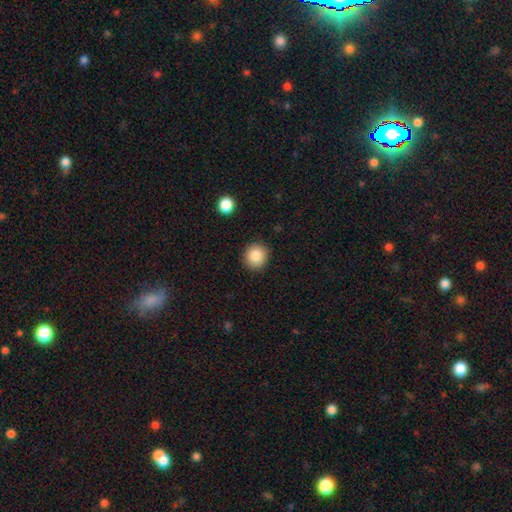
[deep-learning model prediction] Overall: smooth (86%). How rounded: round (91%). Merging: none (91%).